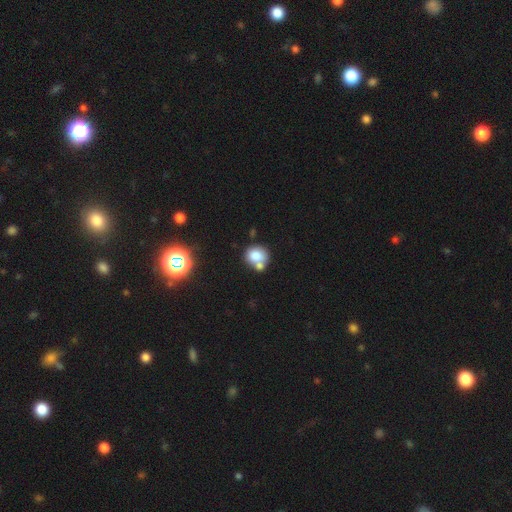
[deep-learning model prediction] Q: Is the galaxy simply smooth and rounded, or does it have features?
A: smooth — 77%.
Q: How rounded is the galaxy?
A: round — 74%.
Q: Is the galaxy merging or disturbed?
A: none — 43%.